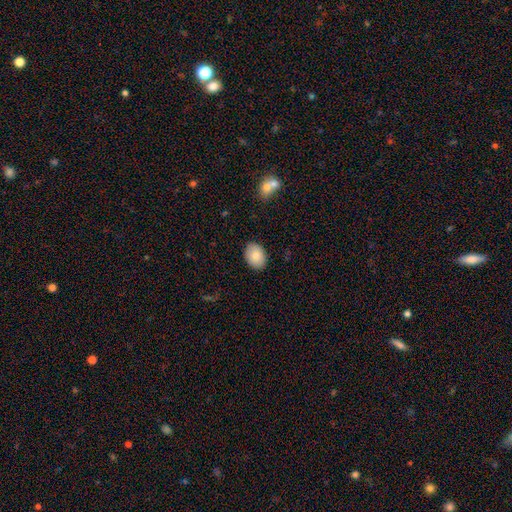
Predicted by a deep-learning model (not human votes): Smooth or featured?
  - smooth: 84% *
  - featured or disk: 9%
  - star or artifact: 7%
How rounded?
  - in between: 75% *
  - round: 24%
  - cigar-shaped: 1%
Merging?
  - none: 88% *
  - minor disturbance: 9%
  - major disturbance: 2%
  - merger: 1%